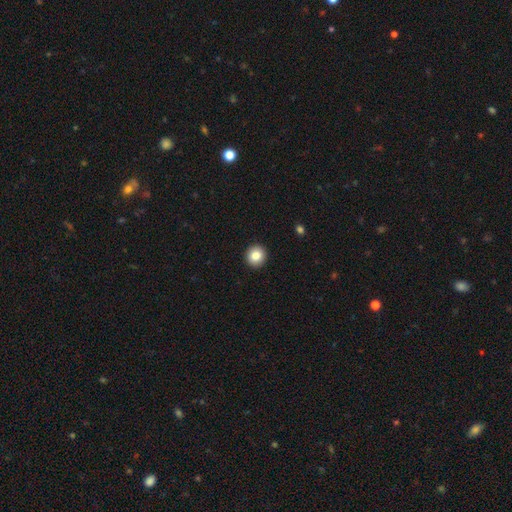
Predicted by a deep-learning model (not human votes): smooth_or_featured: smooth (p=0.85) [alt: star or artifact p=0.09]
how_rounded: round (p=0.92) [alt: in between p=0.07]
merging: none (p=0.93) [alt: minor disturbance p=0.04]